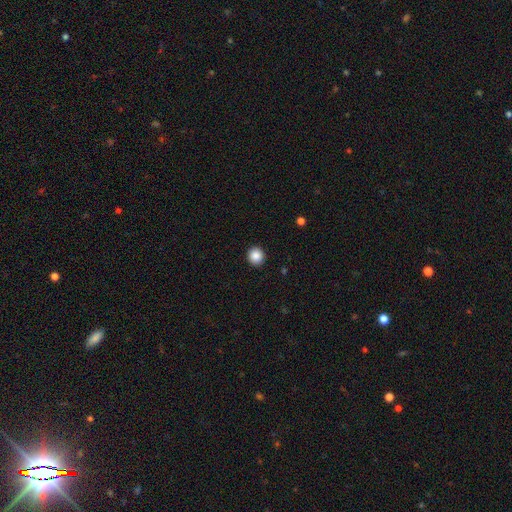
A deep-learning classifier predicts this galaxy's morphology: Smooth or featured: smooth — 88% (star or artifact — 9%)
How rounded: round — 94% (in between — 5%)
Merging: none — 93% (minor disturbance — 4%)